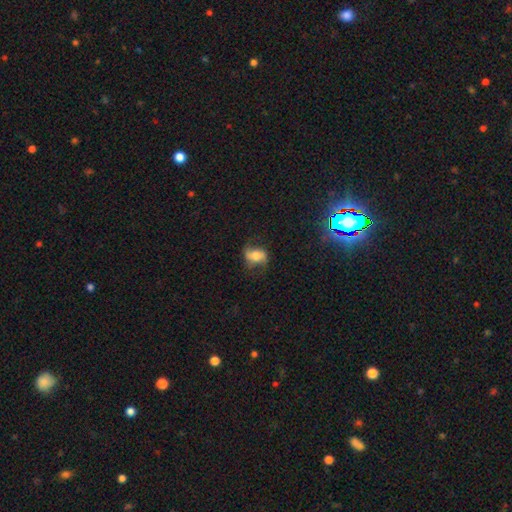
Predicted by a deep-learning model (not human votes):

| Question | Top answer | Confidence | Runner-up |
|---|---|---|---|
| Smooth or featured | smooth | 55% | featured or disk (35%) |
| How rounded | in between | 76% | round (21%) |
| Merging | none | 62% | minor disturbance (24%) |